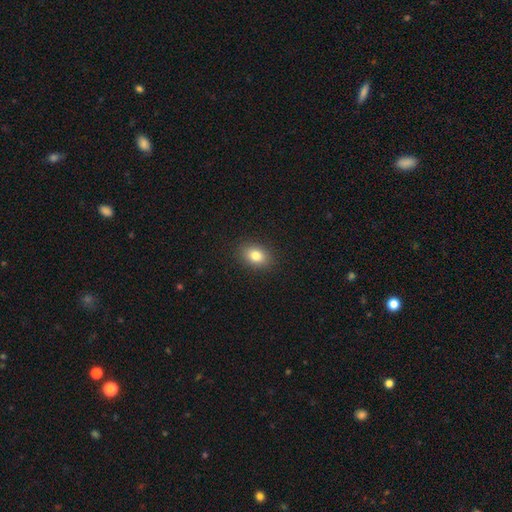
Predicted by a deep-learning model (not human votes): Smooth or featured: smooth — 82% (star or artifact — 10%)
How rounded: in between — 75% (round — 24%)
Merging: none — 89% (minor disturbance — 8%)